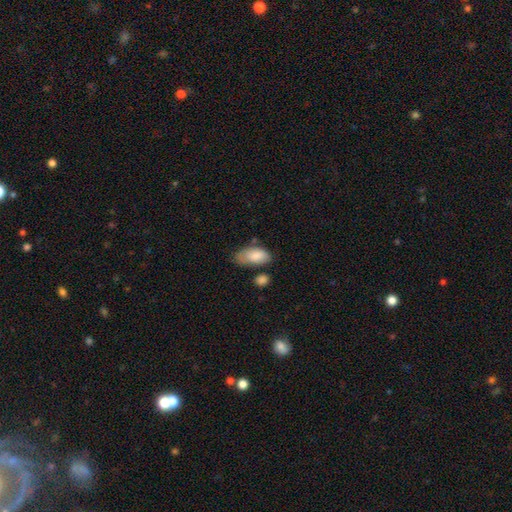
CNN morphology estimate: Q: Smooth or featured?
A: smooth (85%); runner-up: featured or disk (9%)
Q: How rounded?
A: in between (93%); runner-up: cigar-shaped (4%)
Q: Merging?
A: none (48%); runner-up: minor disturbance (34%)